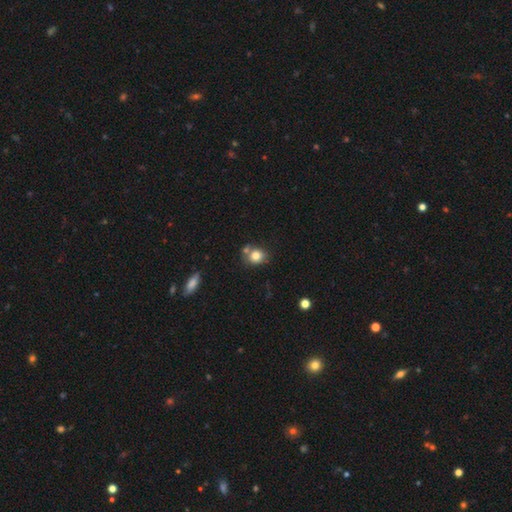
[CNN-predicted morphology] A smooth galaxy with no disk features (79%) that is round (69%).

Vote fractions:
- Smooth or featured? smooth: 79% / star or artifact: 11% / featured or disk: 10%
- How rounded? round: 69% / in between: 30% / cigar-shaped: 1%
- Merging? none: 57% / merger: 25% / minor disturbance: 14% / major disturbance: 4%